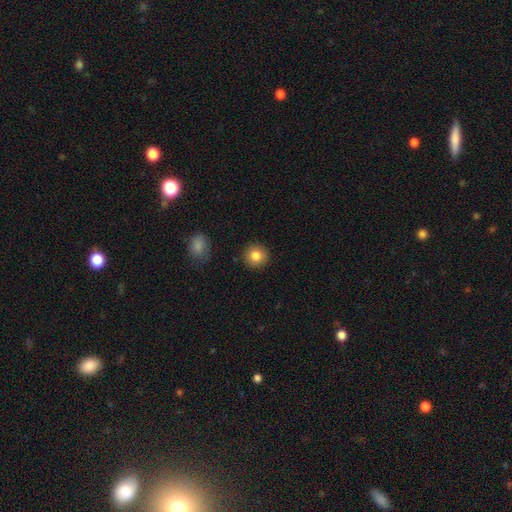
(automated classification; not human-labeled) Overall: smooth (83%). How rounded: round (93%). Merging: none (90%).